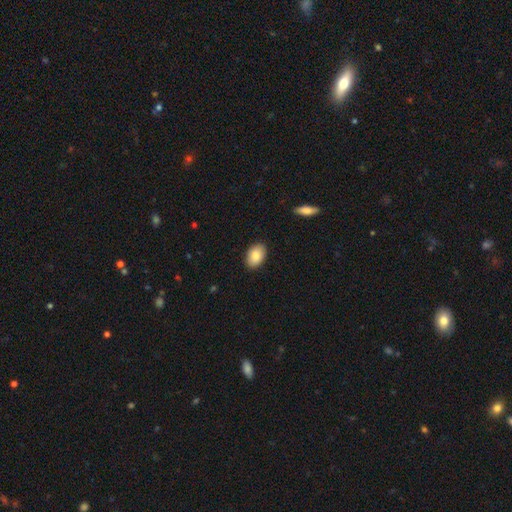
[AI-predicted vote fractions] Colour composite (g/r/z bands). It shows a smooth galaxy with no disk features (87%) that is in between round and cigar-shaped (89%). Merging: none (89%).